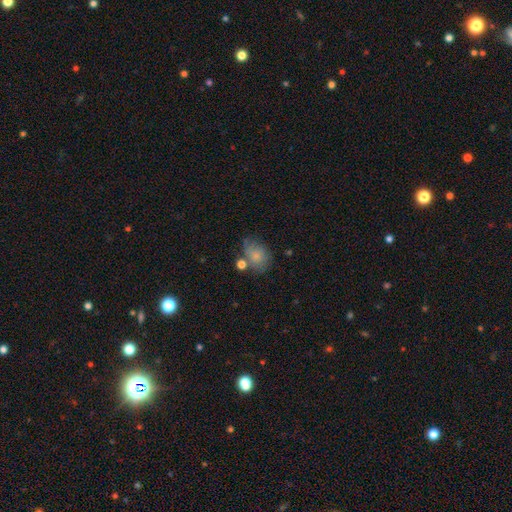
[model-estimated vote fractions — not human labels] Morphology: type=smooth (75%); roundness=in between (55%); merging=none (49%).